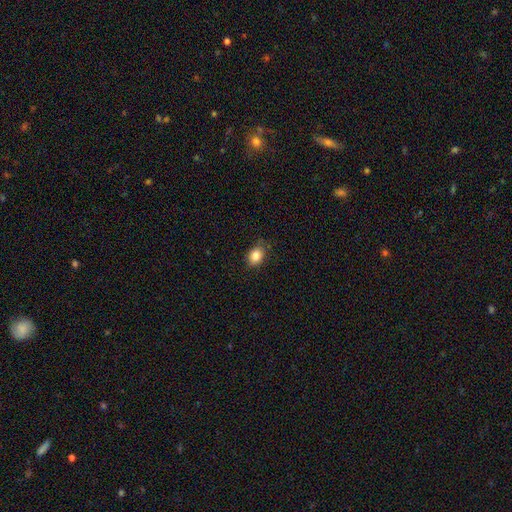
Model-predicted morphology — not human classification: type=smooth (85%); roundness=in between (68%); merging=none (78%).